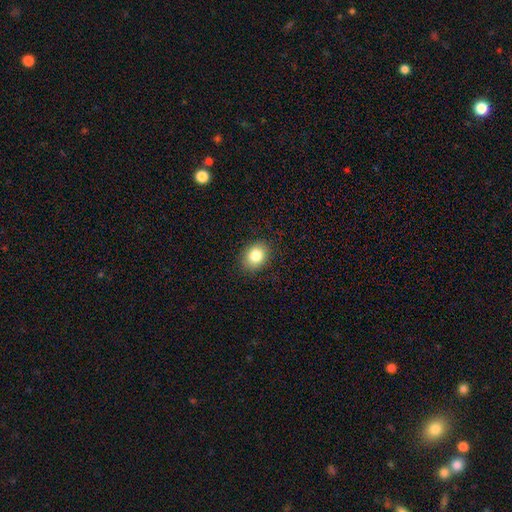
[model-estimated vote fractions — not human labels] A smooth galaxy with no disk features (82%) that is in between round and cigar-shaped (55%). Merging: none (89%).